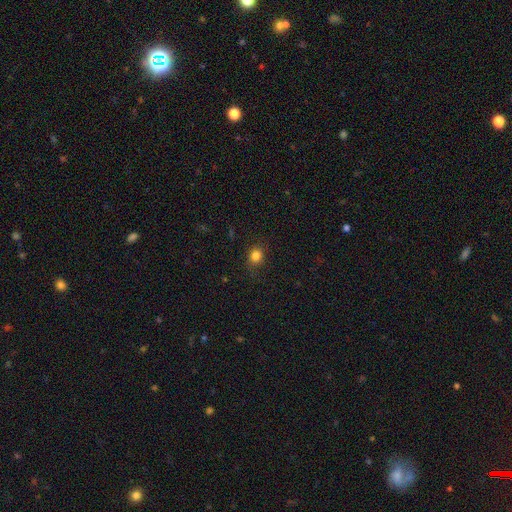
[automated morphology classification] smooth_or_featured: smooth (p=0.82) [alt: star or artifact p=0.13]
how_rounded: round (p=0.70) [alt: in between p=0.29]
merging: none (p=0.80) [alt: minor disturbance p=0.14]